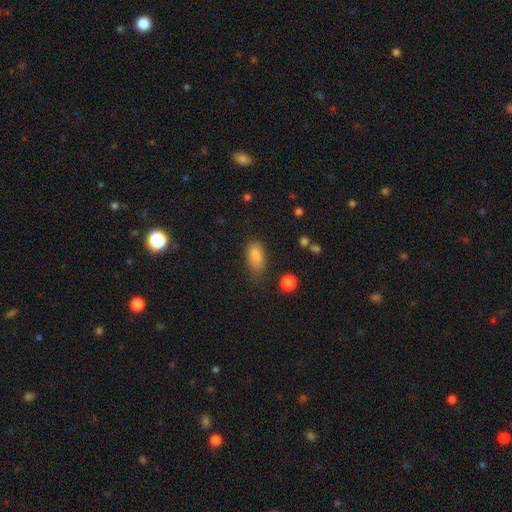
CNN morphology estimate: Smooth or featured? smooth (82%)
How rounded? in between (87%)
Merging? none (57%)